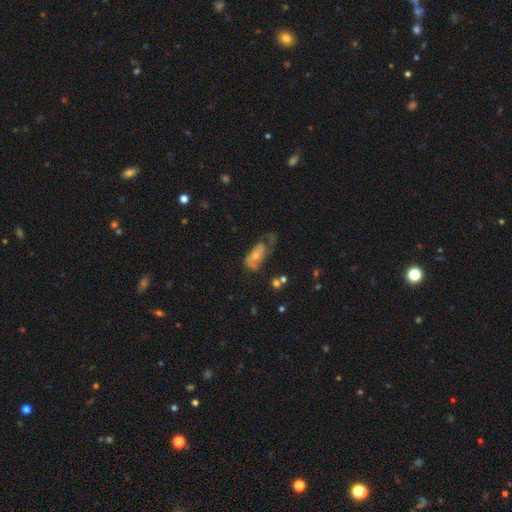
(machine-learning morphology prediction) A featured or disk galaxy (50%). Merging: major disturbance (45%).